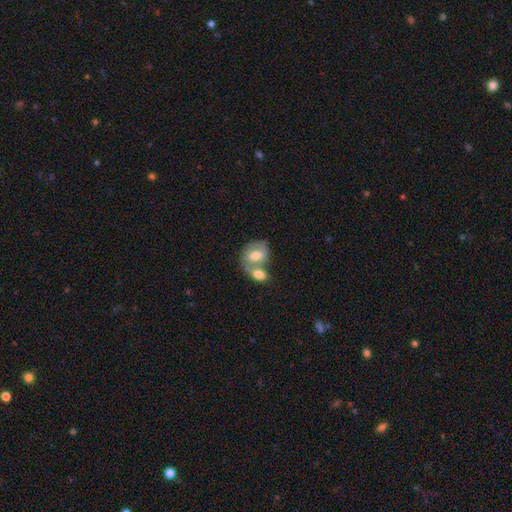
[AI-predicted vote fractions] Q: Smooth or featured?
A: smooth (61%); runner-up: featured or disk (32%)
Q: How rounded?
A: in between (65%); runner-up: round (33%)
Q: Merging?
A: merger (63%); runner-up: none (24%)